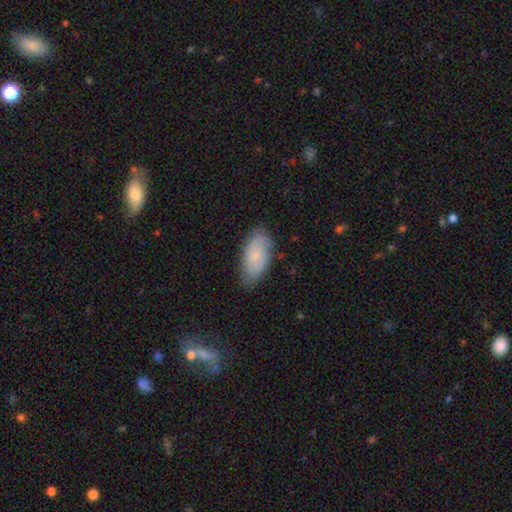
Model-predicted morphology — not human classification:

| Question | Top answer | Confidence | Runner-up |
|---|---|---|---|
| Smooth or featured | smooth | 65% | featured or disk (28%) |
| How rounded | in between | 92% | cigar-shaped (4%) |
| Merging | none | 76% | minor disturbance (19%) |